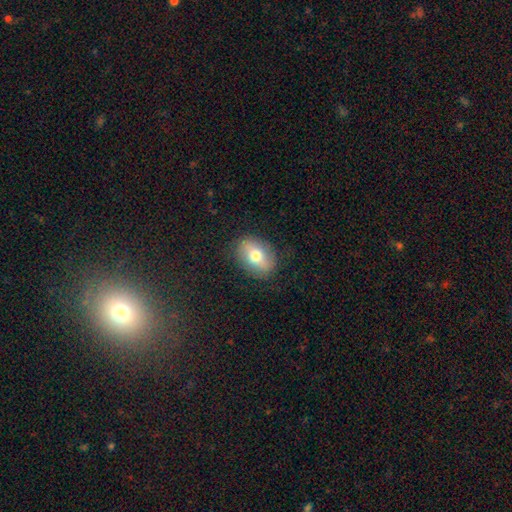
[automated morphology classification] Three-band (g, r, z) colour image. It shows a smooth galaxy with no disk features (65%) that is in between round and cigar-shaped (74%). Merging: none (84%).